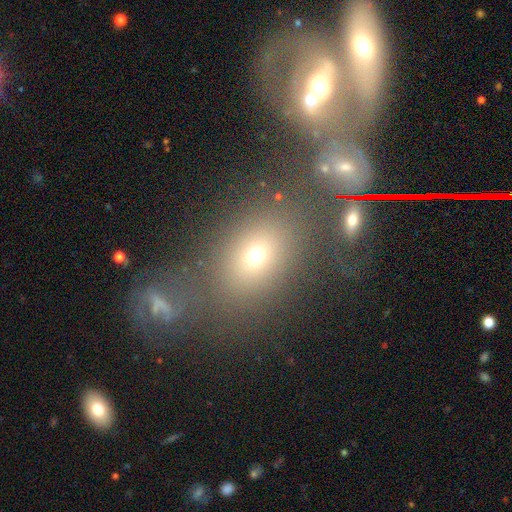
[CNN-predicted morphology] Smooth or featured?
  - smooth: 61% *
  - star or artifact: 23%
  - featured or disk: 17%
How rounded?
  - in between: 61% *
  - round: 37%
  - cigar-shaped: 2%
Merging?
  - none: 65% *
  - minor disturbance: 13%
  - merger: 13%
  - major disturbance: 9%